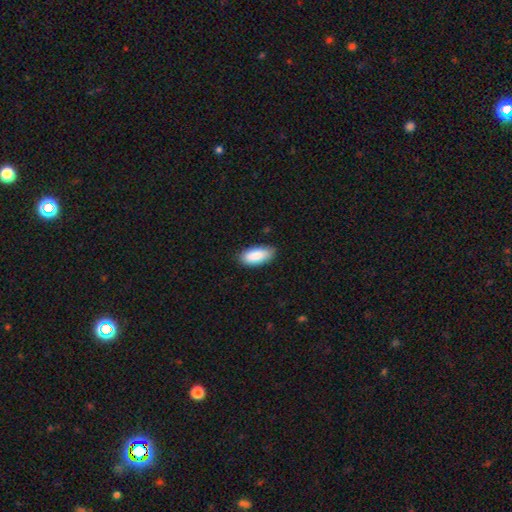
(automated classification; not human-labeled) Smooth or featured? Predicted: smooth (p=0.89). How rounded? Predicted: in between (p=0.90). Merging? Predicted: none (p=0.85).